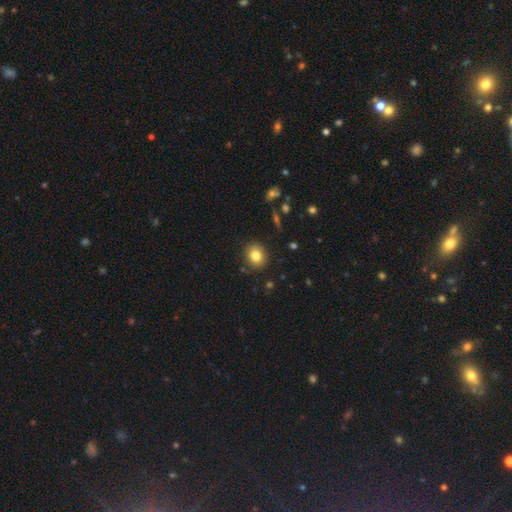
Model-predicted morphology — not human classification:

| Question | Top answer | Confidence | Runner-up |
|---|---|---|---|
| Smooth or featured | smooth | 82% | star or artifact (10%) |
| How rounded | round | 62% | in between (37%) |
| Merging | none | 87% | minor disturbance (9%) |